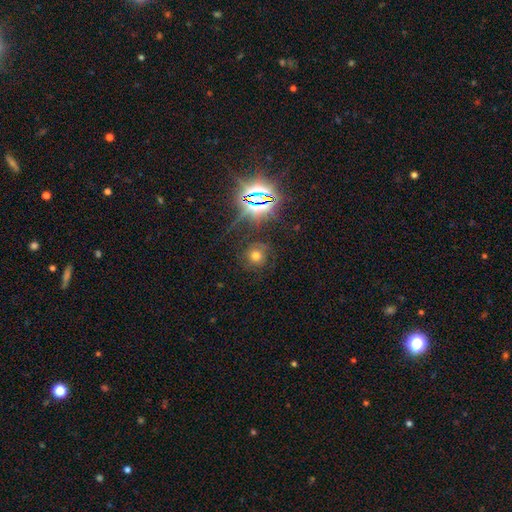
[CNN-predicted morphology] Smooth or featured? smooth (53%)
How rounded? round (89%)
Merging? none (78%)